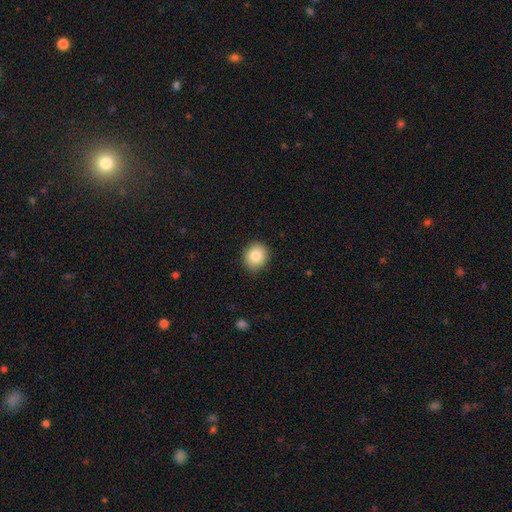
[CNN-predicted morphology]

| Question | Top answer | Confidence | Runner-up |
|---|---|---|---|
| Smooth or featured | smooth | 83% | star or artifact (9%) |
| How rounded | round | 81% | in between (18%) |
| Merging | none | 86% | minor disturbance (11%) |